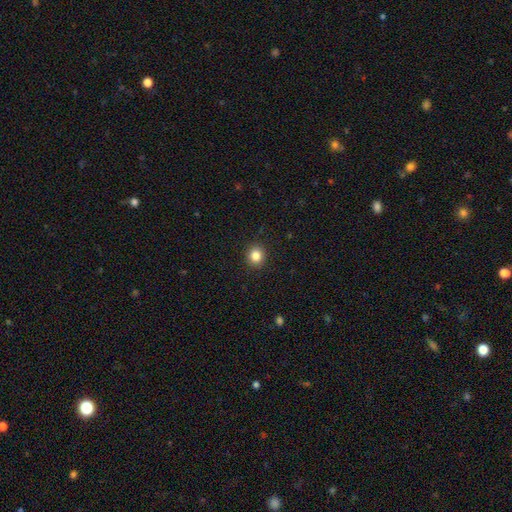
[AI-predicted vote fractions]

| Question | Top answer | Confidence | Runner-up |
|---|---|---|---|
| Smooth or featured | smooth | 84% | star or artifact (11%) |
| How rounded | round | 85% | in between (14%) |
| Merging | none | 92% | minor disturbance (6%) |